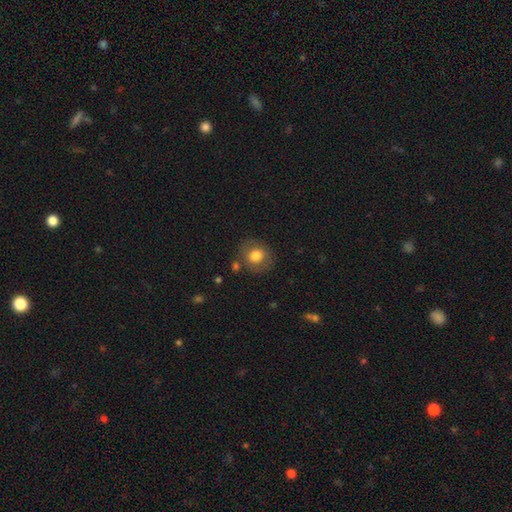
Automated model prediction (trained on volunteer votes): smooth-or-featured: smooth: 75% | featured or disk: 17% | star or artifact: 9%
  how-rounded: round: 77% | in between: 22% | cigar-shaped: 1%
  merging: none: 78% | minor disturbance: 13% | major disturbance: 5% | merger: 4%